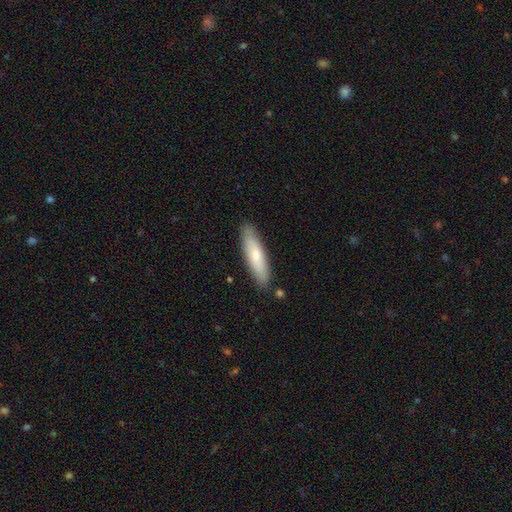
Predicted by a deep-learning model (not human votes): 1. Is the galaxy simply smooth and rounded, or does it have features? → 71% smooth, 24% featured or disk, 5% star or artifact.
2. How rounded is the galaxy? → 73% cigar-shaped, 25% in between, 1% round.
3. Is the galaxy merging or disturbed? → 87% none, 9% minor disturbance, 2% merger, 2% major disturbance.